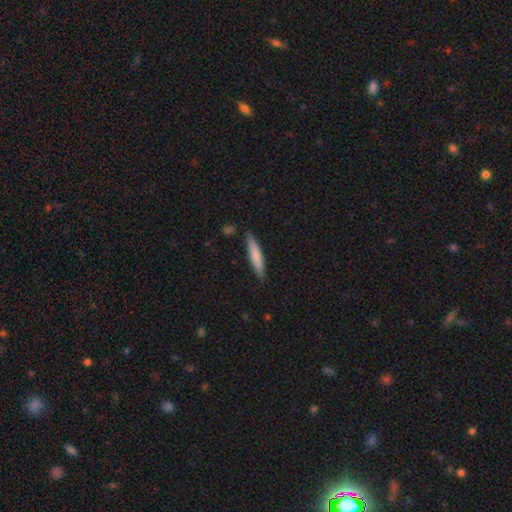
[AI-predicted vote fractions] Q: Smooth or featured?
A: smooth (75%); runner-up: featured or disk (19%)
Q: How rounded?
A: cigar-shaped (91%); runner-up: in between (8%)
Q: Merging?
A: none (86%); runner-up: minor disturbance (10%)